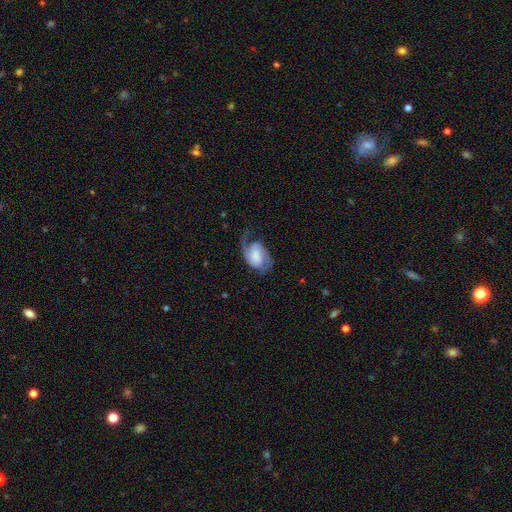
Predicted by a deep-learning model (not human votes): A featured or disk galaxy (73%) with no bar (49%), 2 (80%) medium (44%) spiral arms (93%) and a large central bulge (32%).

Vote fractions:
- Smooth or featured? featured or disk: 73% / smooth: 20% / star or artifact: 7%
- Edge-on disk? no: 97% / yes: 3%
- Bar? no: 49% / weak: 37% / strong: 13%
- Spiral arms? yes: 93% / no: 7%
- Spiral winding? medium: 44% / loose: 34% / tight: 22%
- Spiral arm count? 2: 80% / 1: 12% / can't tell: 4% / 3: 2% / 4: 1% / more than 4: 1%
- Bulge size? large: 32% / none: 28% / moderate: 17% / small: 13% / dominant: 10%
- Merging? none: 52% / minor disturbance: 24% / major disturbance: 23% / merger: 2%